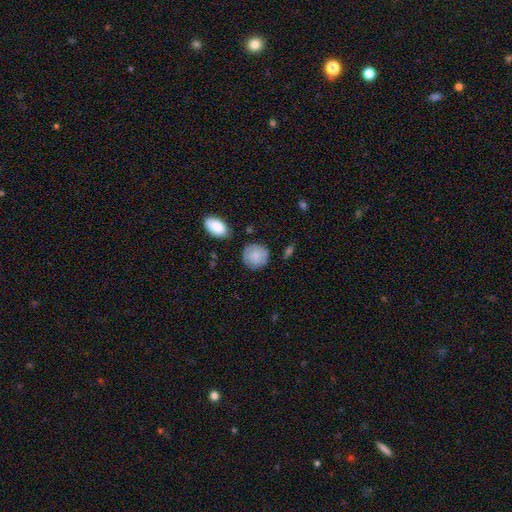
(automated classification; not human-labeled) smooth 74%, featured or disk 19%, star or artifact 7%. Down the decision tree: how rounded — round (87%); merging — none (74%).